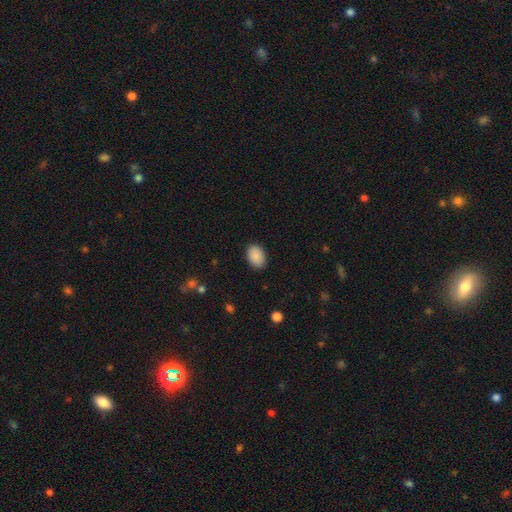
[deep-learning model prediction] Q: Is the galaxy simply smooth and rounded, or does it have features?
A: smooth — 90%.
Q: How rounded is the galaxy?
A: in between — 83%.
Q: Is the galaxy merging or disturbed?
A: none — 89%.